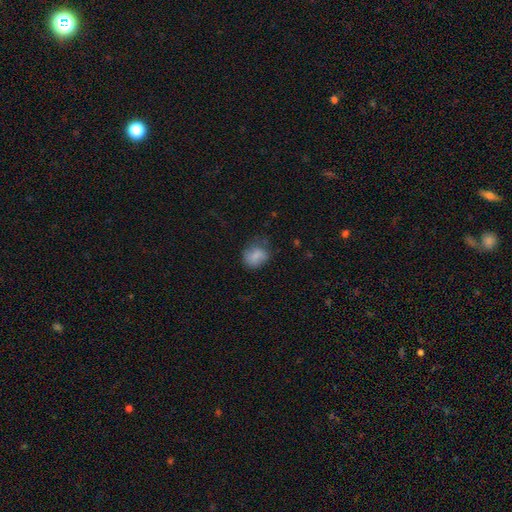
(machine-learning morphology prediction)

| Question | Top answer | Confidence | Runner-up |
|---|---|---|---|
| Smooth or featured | smooth | 78% | featured or disk (13%) |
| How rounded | round | 58% | in between (40%) |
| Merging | none | 59% | minor disturbance (28%) |